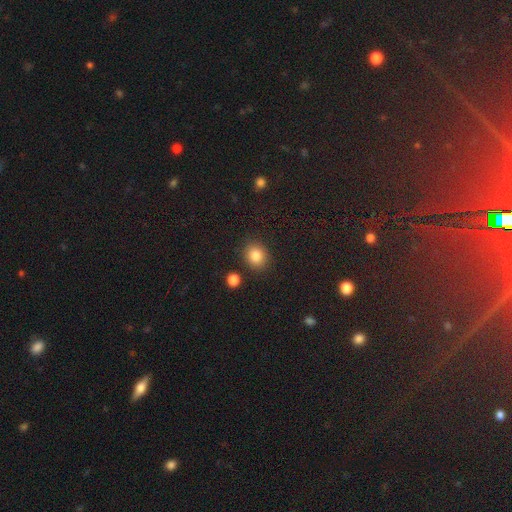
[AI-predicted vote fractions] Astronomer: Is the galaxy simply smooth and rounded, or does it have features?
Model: smooth — 85%.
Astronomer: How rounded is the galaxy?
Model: round — 74%.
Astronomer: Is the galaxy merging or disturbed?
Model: none — 85%.